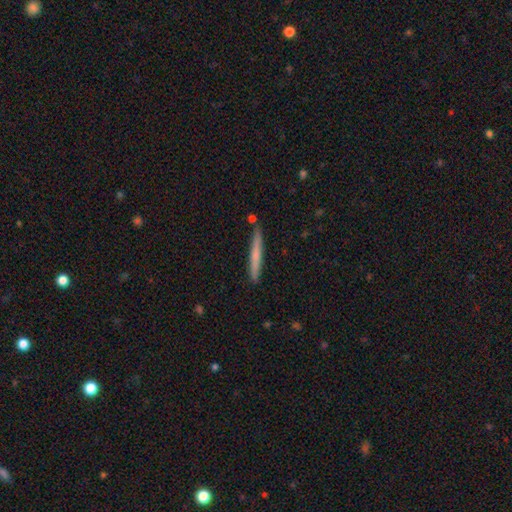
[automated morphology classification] A smooth galaxy with no disk features (60%) that is cigar-shaped (96%). Merging: none (86%).